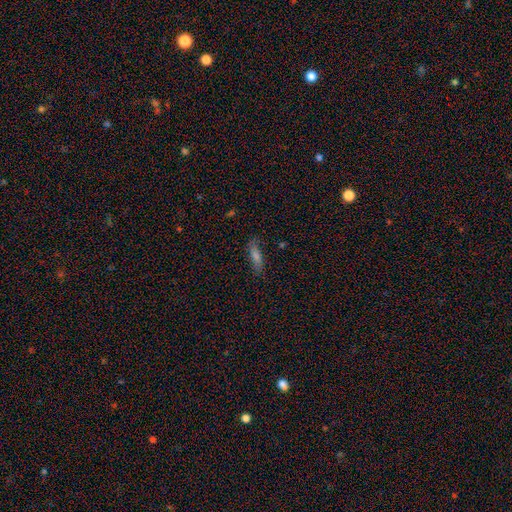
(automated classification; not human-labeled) Smooth or featured: smooth — 60% (featured or disk — 29%)
How rounded: cigar-shaped — 53% (in between — 44%)
Merging: none — 77% (minor disturbance — 17%)